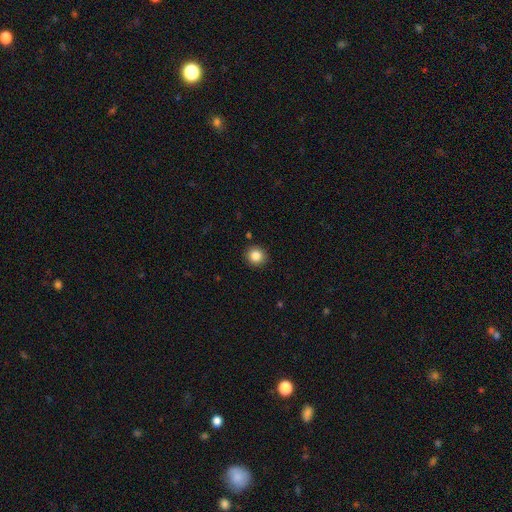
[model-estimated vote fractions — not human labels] Smooth or featured? smooth (85%)
How rounded? round (90%)
Merging? none (91%)